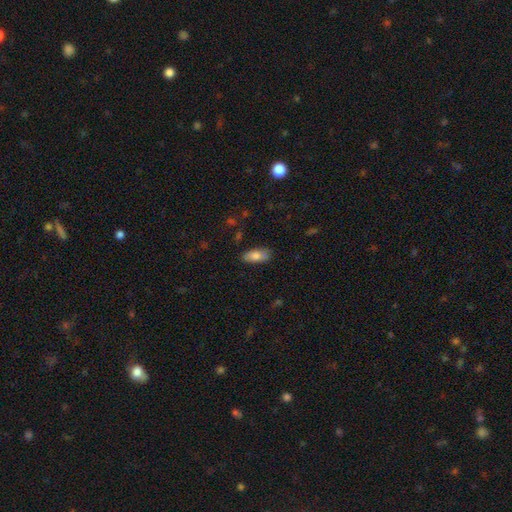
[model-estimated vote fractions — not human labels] Smooth or featured: smooth — 79% (featured or disk — 14%)
How rounded: in between — 86% (cigar-shaped — 11%)
Merging: none — 72% (minor disturbance — 20%)